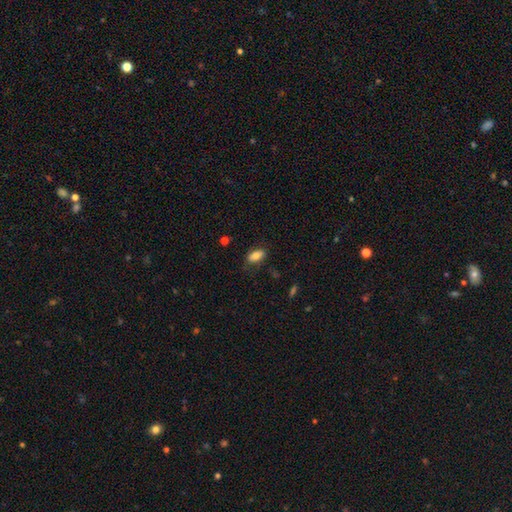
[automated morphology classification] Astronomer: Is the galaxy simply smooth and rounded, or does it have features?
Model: smooth — 79%.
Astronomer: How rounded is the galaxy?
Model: in between — 90%.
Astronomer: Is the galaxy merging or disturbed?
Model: none — 71%.